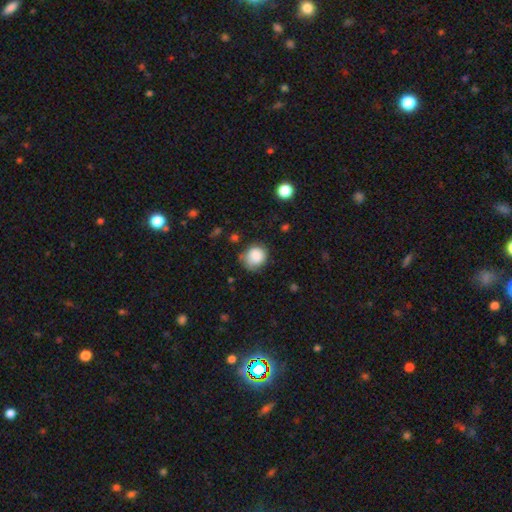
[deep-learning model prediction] smooth_or_featured: smooth (p=0.82) [alt: featured or disk p=0.10]
how_rounded: round (p=0.78) [alt: in between p=0.21]
merging: none (p=0.63) [alt: minor disturbance p=0.26]